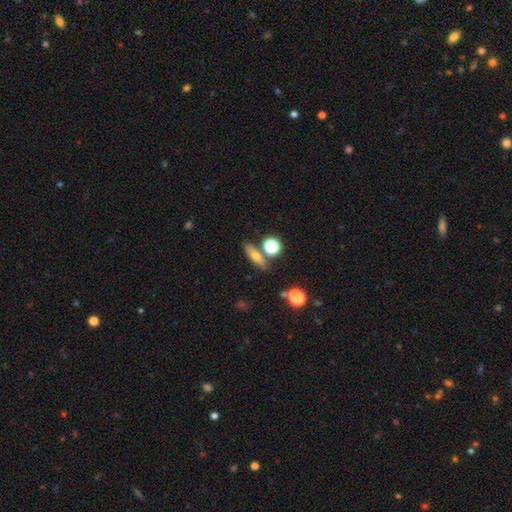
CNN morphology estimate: smooth 61%, featured or disk 27%, star or artifact 12%. Down the decision tree: how rounded — cigar-shaped (50%); merging — none (74%).